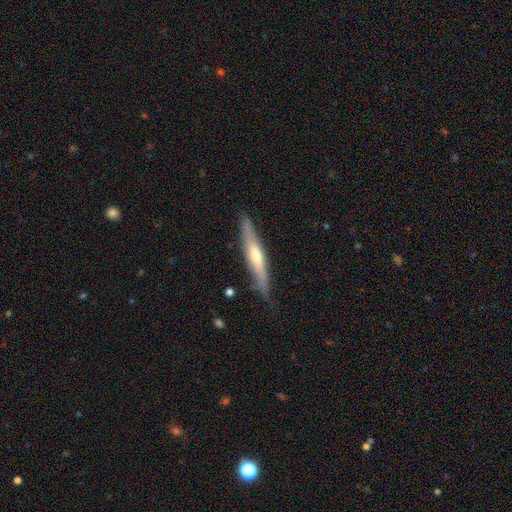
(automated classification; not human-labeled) smooth_or_featured: featured or disk (p=0.53) [alt: smooth p=0.42]
disk_edge_on: yes (p=0.89) [alt: no p=0.11]
merging: none (p=0.80) [alt: minor disturbance p=0.15]